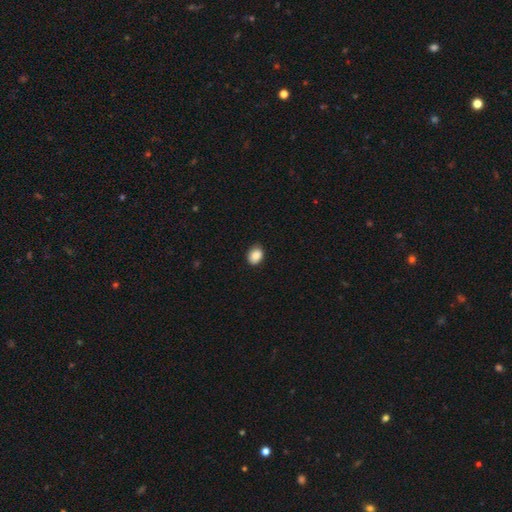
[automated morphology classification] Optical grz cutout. It shows a smooth galaxy with no disk features (89%) that is in between round and cigar-shaped (61%). Merging: none (85%).